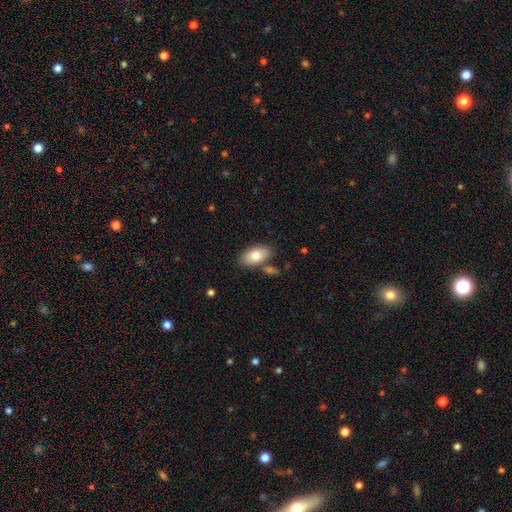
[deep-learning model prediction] A smooth galaxy with no disk features (81%) that is in between round and cigar-shaped (93%).

Vote fractions:
- Smooth or featured? smooth: 81% / featured or disk: 13% / star or artifact: 6%
- How rounded? in between: 93% / round: 4% / cigar-shaped: 3%
- Merging? none: 76% / minor disturbance: 12% / merger: 9% / major disturbance: 3%